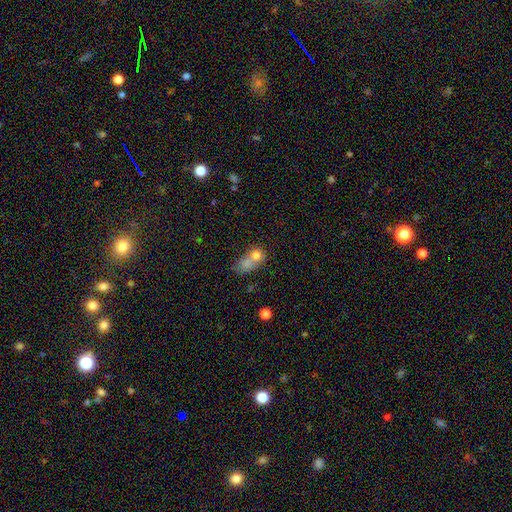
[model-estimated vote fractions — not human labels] The model was most divided on "how rounded": round: 57%, in between: 41%, cigar-shaped: 2%. More confident: smooth or featured — smooth (74%); merging — merger (64%).